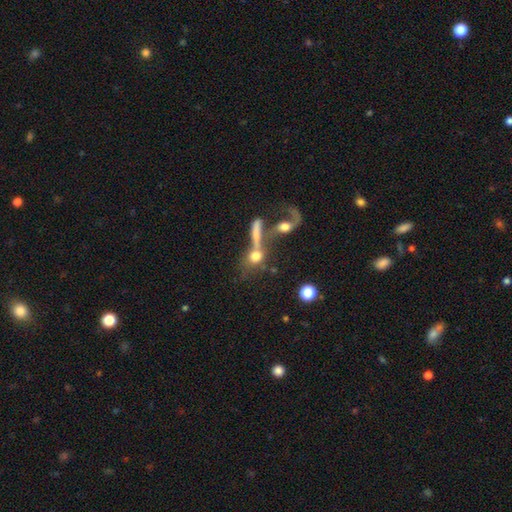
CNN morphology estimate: A smooth galaxy with no disk features (60%) that is round (54%). Merging: merger (54%).